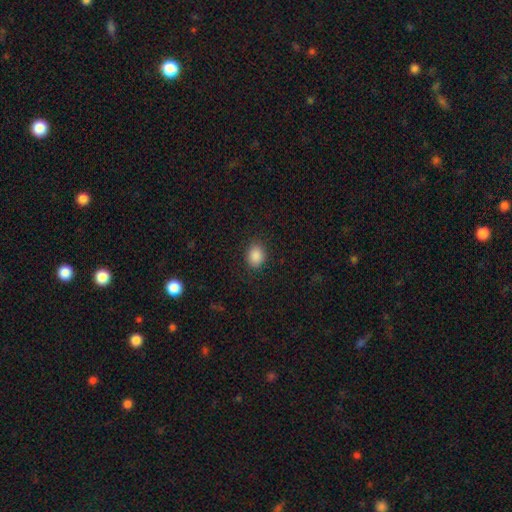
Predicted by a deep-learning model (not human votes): smooth_or_featured: smooth (p=0.88) [alt: star or artifact p=0.09]
how_rounded: in between (p=0.53) [alt: round p=0.46]
merging: none (p=0.87) [alt: minor disturbance p=0.09]